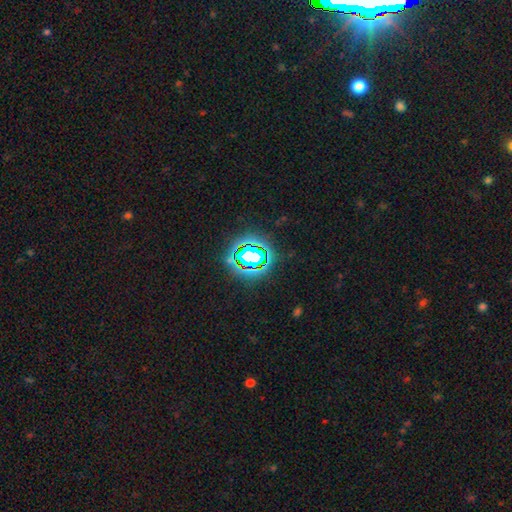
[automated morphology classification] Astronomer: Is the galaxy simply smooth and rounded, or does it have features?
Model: star or artifact — 69%.